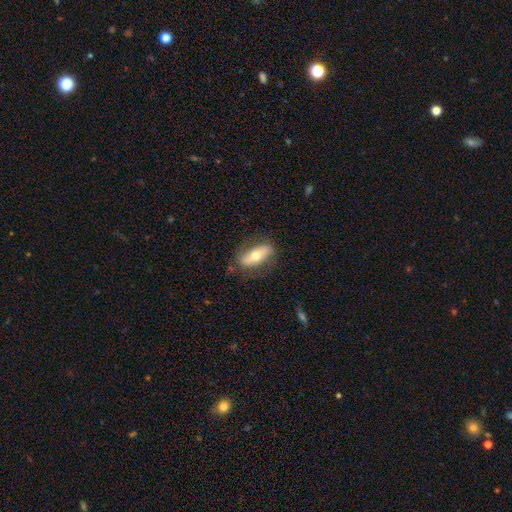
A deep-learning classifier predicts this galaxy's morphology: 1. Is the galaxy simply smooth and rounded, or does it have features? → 52% smooth, 42% featured or disk, 6% star or artifact.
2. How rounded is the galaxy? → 74% in between, 23% cigar-shaped, 4% round.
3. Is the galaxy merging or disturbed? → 77% none, 16% minor disturbance, 5% major disturbance, 2% merger.